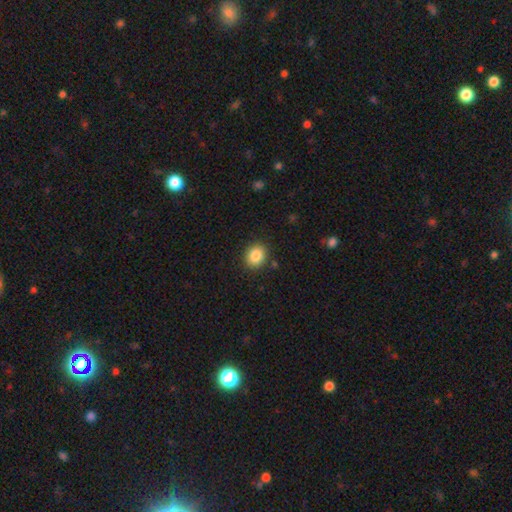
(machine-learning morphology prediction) Smooth or featured?
  - smooth: 86% *
  - star or artifact: 9%
  - featured or disk: 5%
How rounded?
  - round: 67% *
  - in between: 33%
  - cigar-shaped: 1%
Merging?
  - none: 88% *
  - minor disturbance: 8%
  - major disturbance: 2%
  - merger: 2%